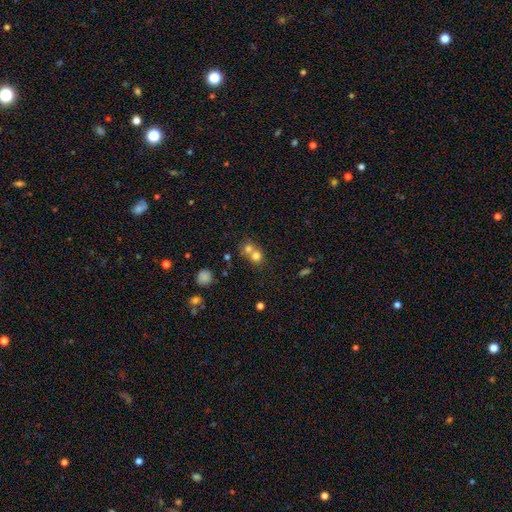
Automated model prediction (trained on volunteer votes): The model was most divided on "merging": merger: 57%, none: 35%, minor disturbance: 5%, major disturbance: 2%. More confident: how rounded — round (81%); smooth or featured — smooth (73%).